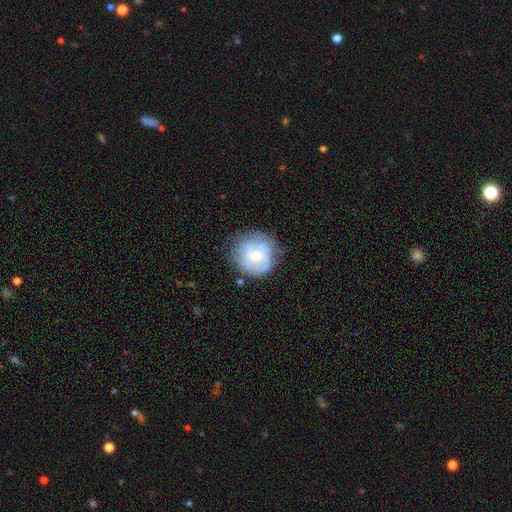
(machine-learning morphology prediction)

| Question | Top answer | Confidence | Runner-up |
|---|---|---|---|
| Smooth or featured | featured or disk | 63% | smooth (30%) |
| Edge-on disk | no | 98% | yes (2%) |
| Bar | no | 60% | weak (34%) |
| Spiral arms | yes | 78% | no (22%) |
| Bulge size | small | 53% | moderate (41%) |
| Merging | none | 64% | minor disturbance (23%) |